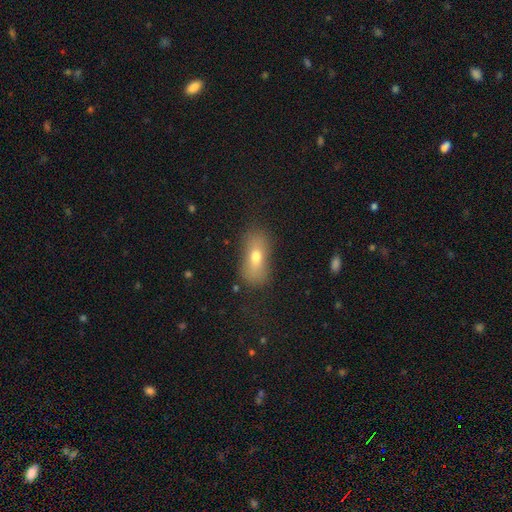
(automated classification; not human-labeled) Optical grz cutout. It shows a smooth galaxy with no disk features (68%) that is in between round and cigar-shaped (82%). Merging: none (62%).